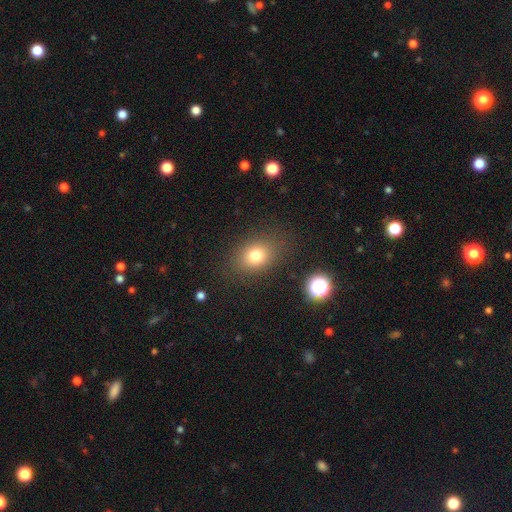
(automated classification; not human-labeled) The model was most divided on "how rounded": in between: 55%, round: 44%, cigar-shaped: 1%. More confident: merging — none (82%); smooth or featured — smooth (76%).